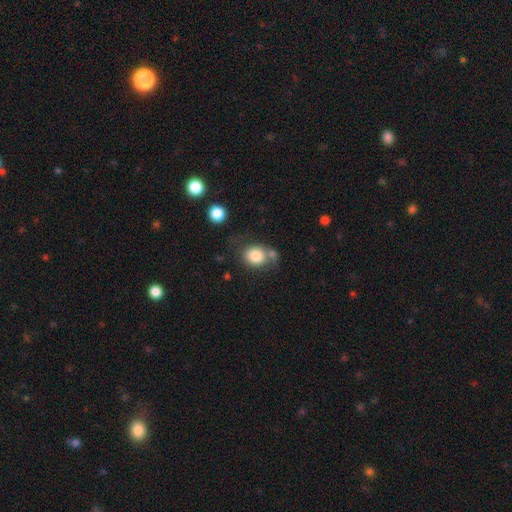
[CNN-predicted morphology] smooth-or-featured: smooth: 81% | featured or disk: 10% | star or artifact: 9%
  how-rounded: round: 67% | in between: 32% | cigar-shaped: 1%
  merging: none: 54% | merger: 20% | minor disturbance: 17% | major disturbance: 8%